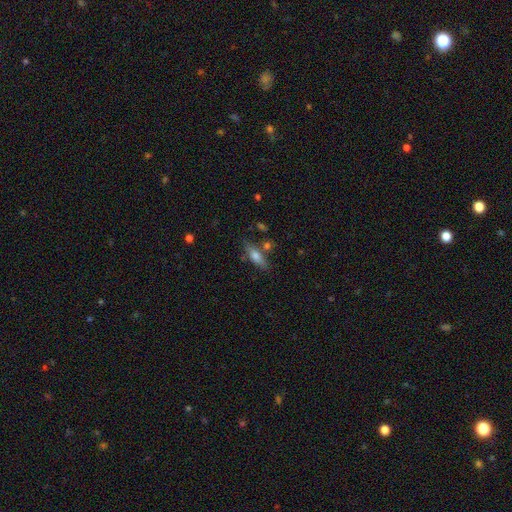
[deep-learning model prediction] Morphology: type=smooth (63%); roundness=in between (50%); merging=none (72%).